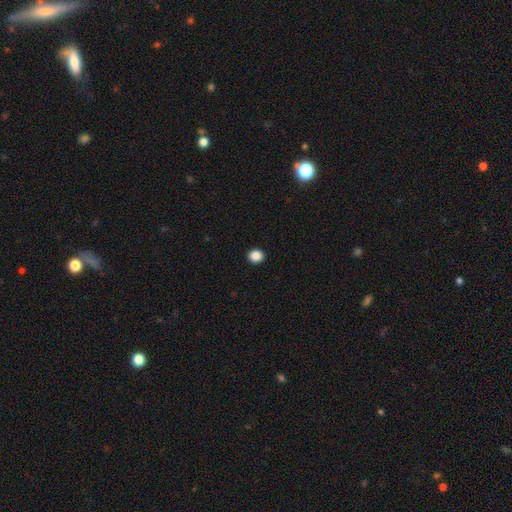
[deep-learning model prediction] A smooth galaxy with no disk features (88%) that is round (78%).

Vote fractions:
- Smooth or featured? smooth: 88% / star or artifact: 9% / featured or disk: 3%
- How rounded? round: 78% / in between: 21% / cigar-shaped: 1%
- Merging? none: 93% / minor disturbance: 4% / major disturbance: 1% / merger: 1%